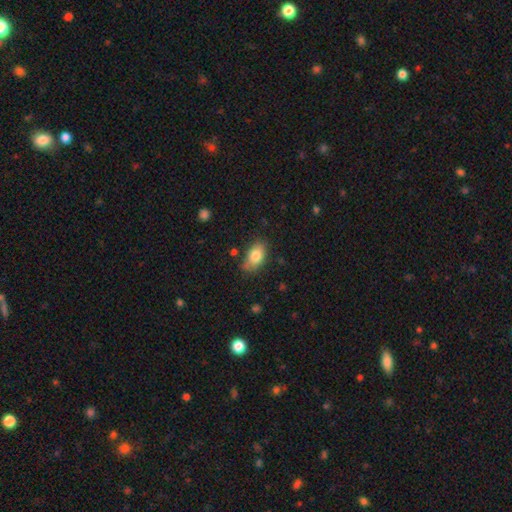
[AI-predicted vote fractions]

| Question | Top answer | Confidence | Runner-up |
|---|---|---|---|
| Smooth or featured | smooth | 82% | featured or disk (11%) |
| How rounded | in between | 90% | round (8%) |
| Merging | none | 72% | minor disturbance (21%) |